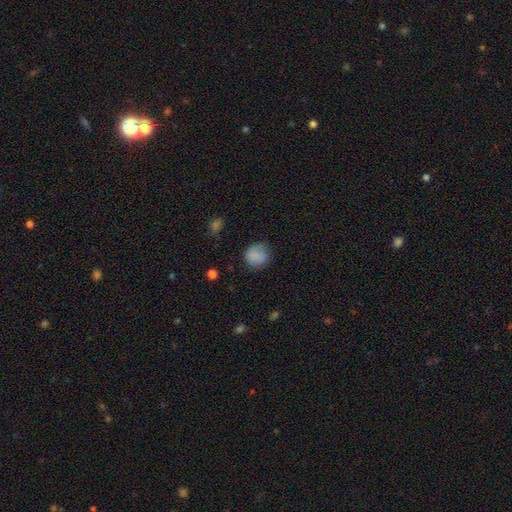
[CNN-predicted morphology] type=smooth (81%); roundness=round (80%); merging=none (69%).